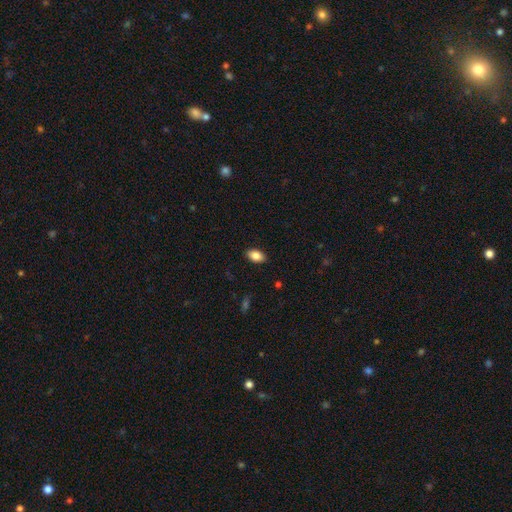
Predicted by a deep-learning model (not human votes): Smooth or featured: smooth — 86% (star or artifact — 8%)
How rounded: in between — 91% (round — 7%)
Merging: none — 88% (minor disturbance — 9%)